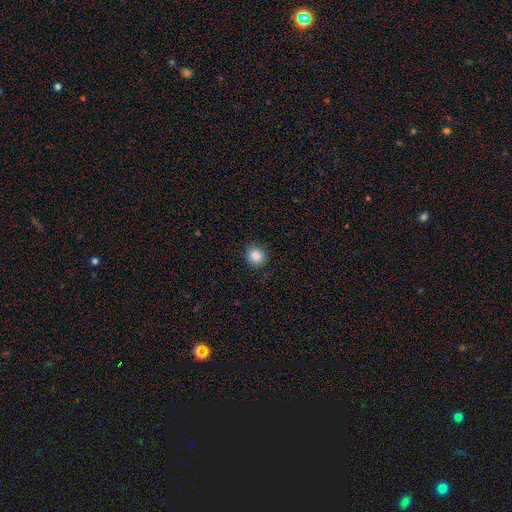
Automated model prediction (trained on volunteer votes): This appears to be a smooth galaxy with no disk features (86%) that is round (80%). Merging: none (90%).